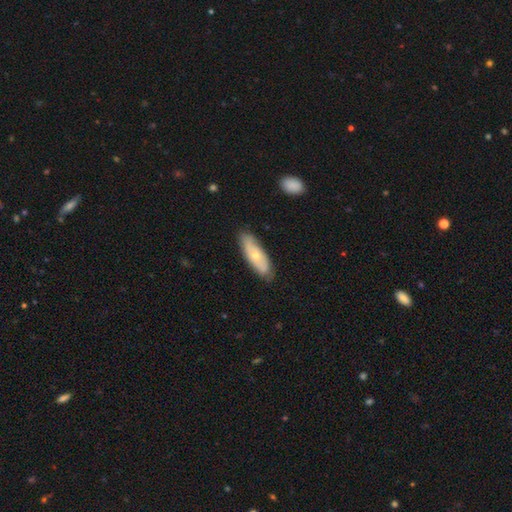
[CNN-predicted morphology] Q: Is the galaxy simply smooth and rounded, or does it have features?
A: smooth — 52%.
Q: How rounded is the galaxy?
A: in between — 58%.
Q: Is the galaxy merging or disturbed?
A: none — 79%.